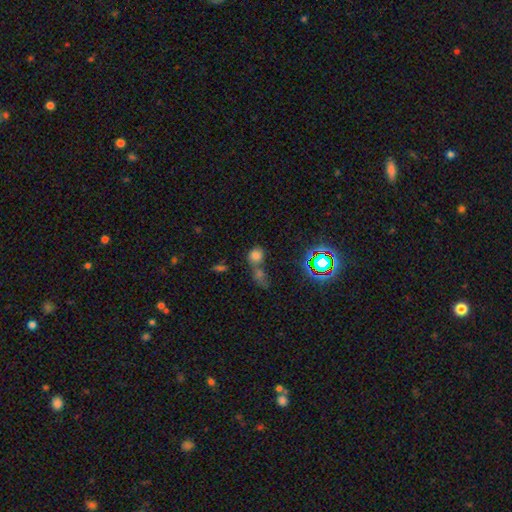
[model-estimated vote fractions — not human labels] This is likely a smooth galaxy (69%). How rounded: likely round (66%). Merging: possibly merger (51%).